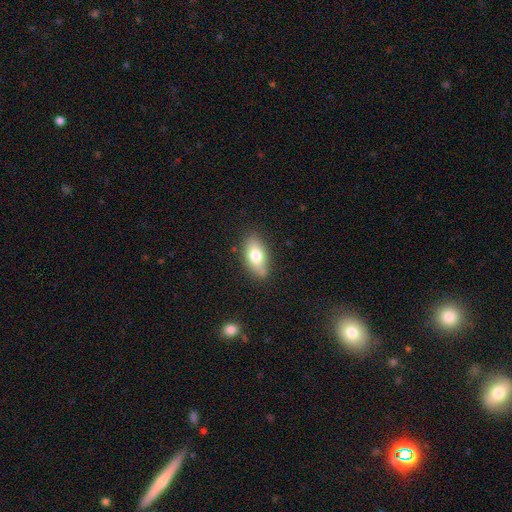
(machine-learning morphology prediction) This is likely a smooth galaxy (73%). How rounded: clearly in between (87%). Merging: likely none (78%).